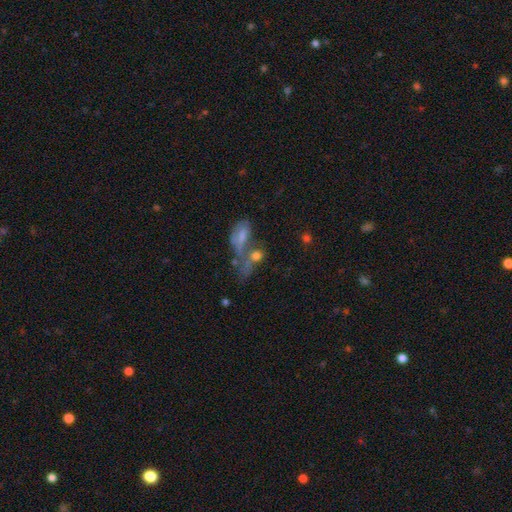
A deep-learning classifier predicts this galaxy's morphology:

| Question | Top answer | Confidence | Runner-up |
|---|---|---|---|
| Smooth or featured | smooth | 56% | featured or disk (27%) |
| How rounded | in between | 57% | round (34%) |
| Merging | merger | 46% | none (24%) |